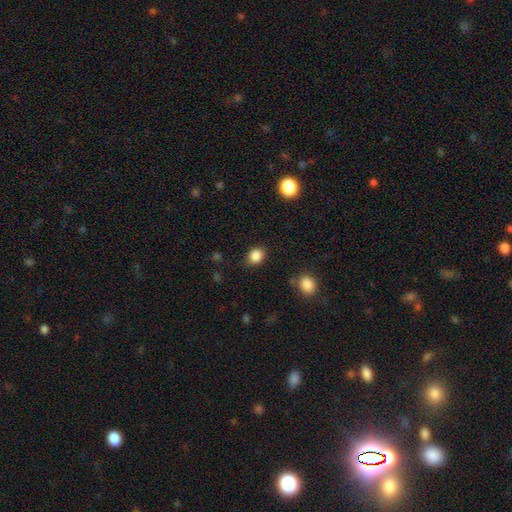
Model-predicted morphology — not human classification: A smooth galaxy with no disk features (86%) that is round (52%).

Vote fractions:
- Smooth or featured? smooth: 86% / star or artifact: 10% / featured or disk: 4%
- How rounded? round: 52% / in between: 47% / cigar-shaped: 1%
- Merging? none: 82% / minor disturbance: 13% / major disturbance: 3% / merger: 2%